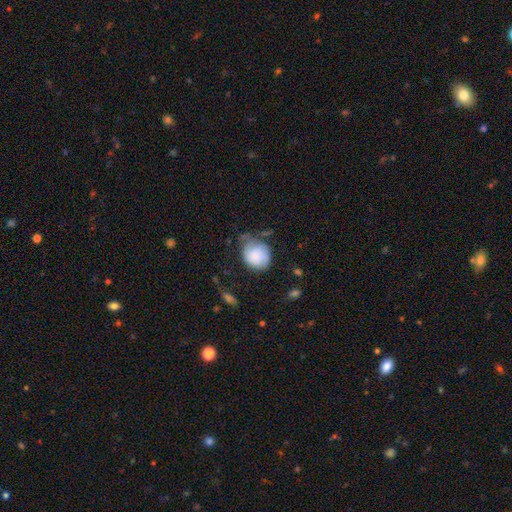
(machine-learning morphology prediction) A smooth galaxy with no disk features (64%) that is round (66%). Merging: minor disturbance (38%).